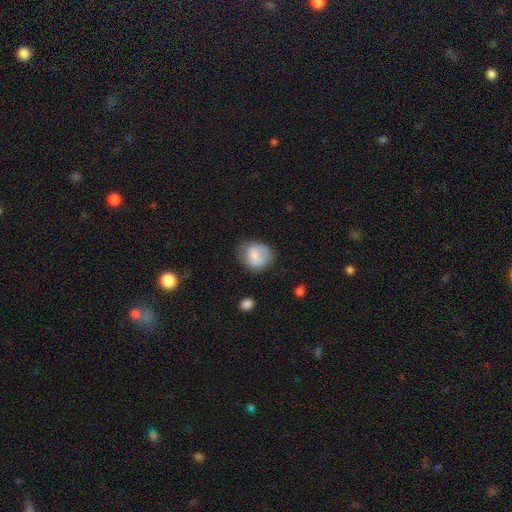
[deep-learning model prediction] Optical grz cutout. It shows a smooth galaxy with no disk features (80%) that is round (69%). Merging: none (60%).